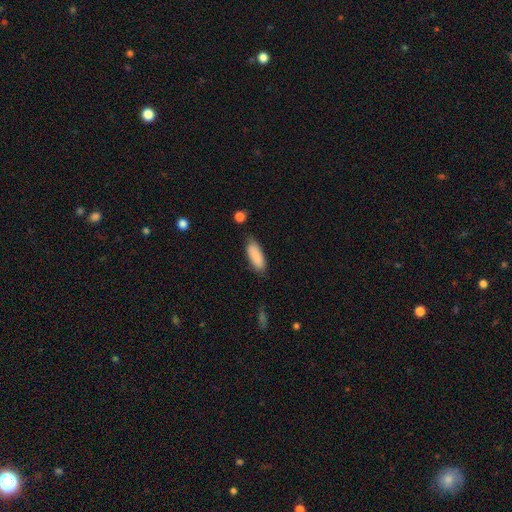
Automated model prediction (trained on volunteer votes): A smooth galaxy with no disk features (88%) that is in between round and cigar-shaped (70%).

Vote fractions:
- Smooth or featured? smooth: 88% / star or artifact: 6% / featured or disk: 6%
- How rounded? in between: 70% / cigar-shaped: 28% / round: 2%
- Merging? none: 78% / minor disturbance: 16% / major disturbance: 3% / merger: 2%